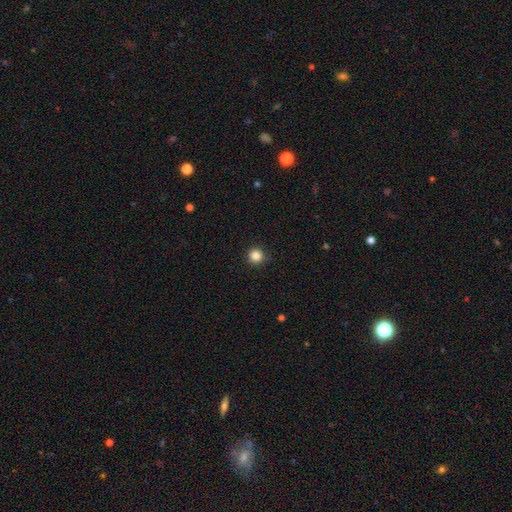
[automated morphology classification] Q: Smooth or featured?
A: smooth (85%); runner-up: star or artifact (11%)
Q: How rounded?
A: round (96%); runner-up: in between (3%)
Q: Merging?
A: none (90%); runner-up: minor disturbance (7%)